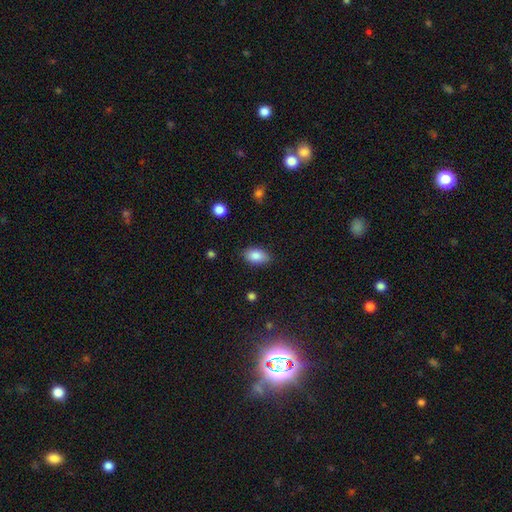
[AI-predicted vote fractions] smooth_or_featured: smooth (p=0.86) [alt: star or artifact p=0.08]
how_rounded: in between (p=0.91) [alt: round p=0.07]
merging: none (p=0.82) [alt: minor disturbance p=0.14]